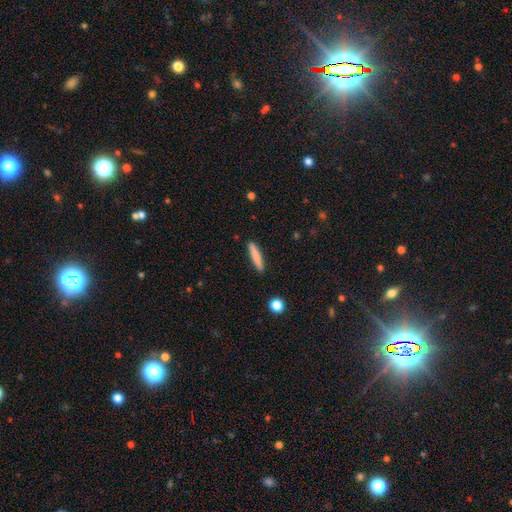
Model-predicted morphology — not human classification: Smooth or featured? smooth (79%)
How rounded? cigar-shaped (91%)
Merging? none (90%)